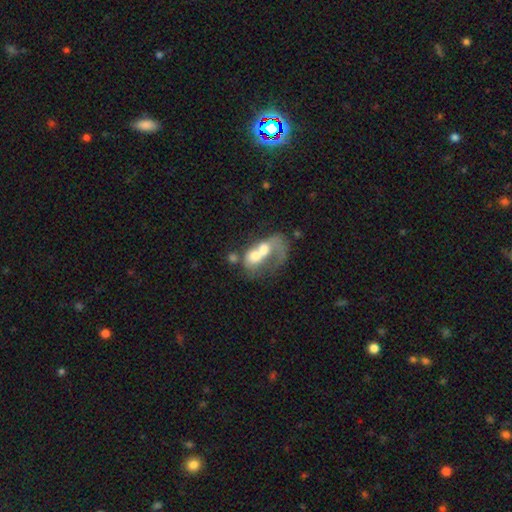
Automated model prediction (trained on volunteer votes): featured or disk 46%, smooth 45%, star or artifact 9%. Down the decision tree: merging — merger (72%).